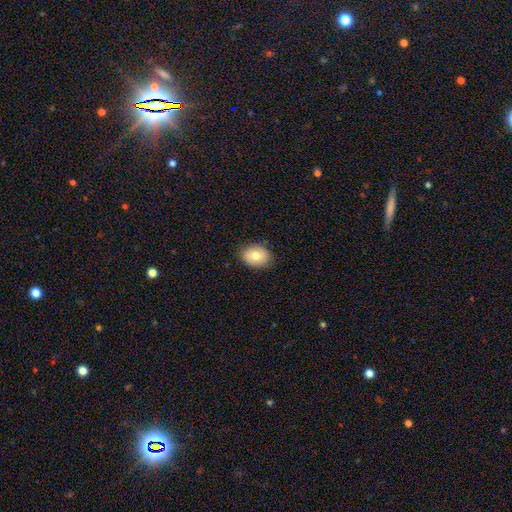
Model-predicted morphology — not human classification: A smooth galaxy with no disk features (75%) that is in between round and cigar-shaped (70%).

Vote fractions:
- Smooth or featured? smooth: 75% / featured or disk: 18% / star or artifact: 7%
- How rounded? in between: 70% / round: 29% / cigar-shaped: 1%
- Merging? none: 85% / minor disturbance: 12% / major disturbance: 2% / merger: 1%